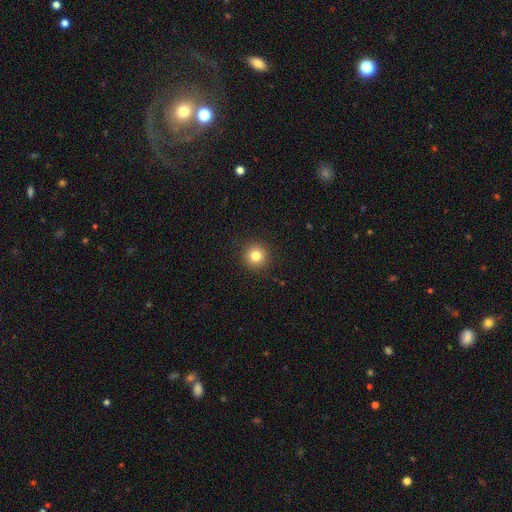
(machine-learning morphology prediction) type=smooth (81%); roundness=round (95%); merging=none (92%).